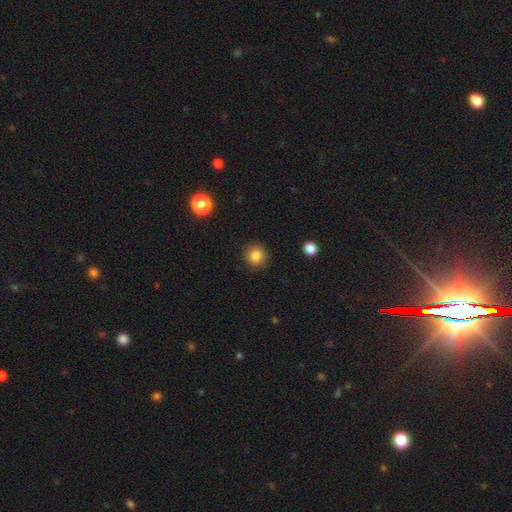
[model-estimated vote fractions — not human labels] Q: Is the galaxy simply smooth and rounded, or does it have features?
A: smooth — 85%.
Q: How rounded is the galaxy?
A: round — 89%.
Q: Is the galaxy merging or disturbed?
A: none — 90%.